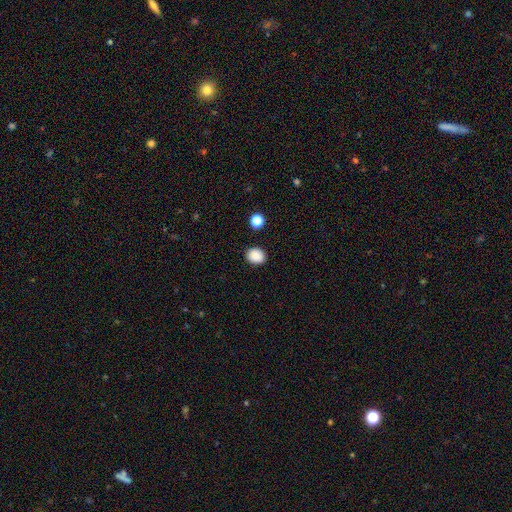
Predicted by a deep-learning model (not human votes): A smooth galaxy with no disk features (88%) that is round (56%).

Vote fractions:
- Smooth or featured? smooth: 88% / star or artifact: 9% / featured or disk: 3%
- How rounded? round: 56% / in between: 43% / cigar-shaped: 1%
- Merging? none: 88% / minor disturbance: 8% / major disturbance: 2% / merger: 2%